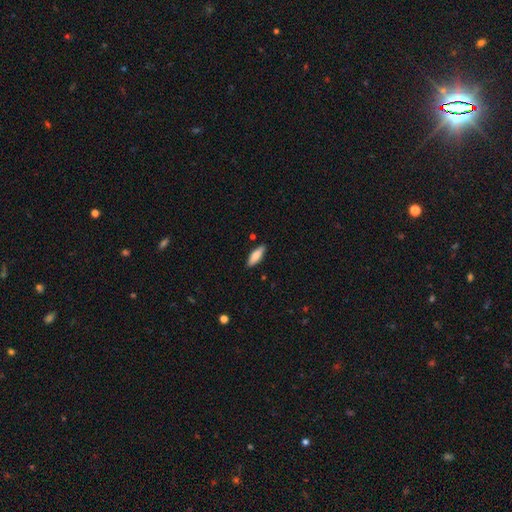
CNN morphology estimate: Smooth or featured?
  - smooth: 80% *
  - featured or disk: 14%
  - star or artifact: 6%
How rounded?
  - in between: 58% *
  - cigar-shaped: 40%
  - round: 2%
Merging?
  - none: 87% *
  - minor disturbance: 10%
  - major disturbance: 2%
  - merger: 1%